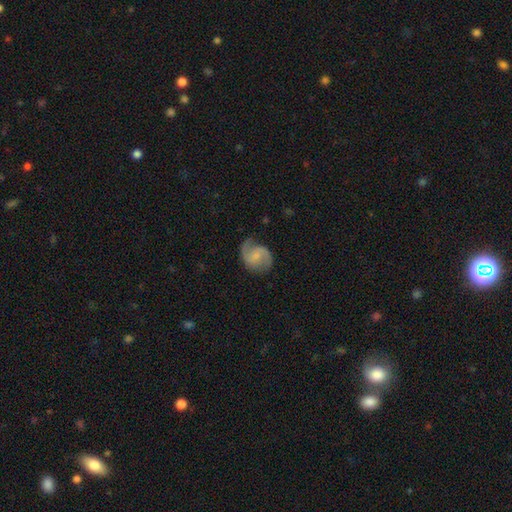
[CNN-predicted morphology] Smooth or featured? featured or disk (76%)
Edge-on disk? no (98%)
Bar? weak (49%)
Spiral arms? yes (95%)
Spiral winding? medium (51%)
Spiral arm count? 2 (87%)
Bulge size? small (45%)
Merging? none (71%)